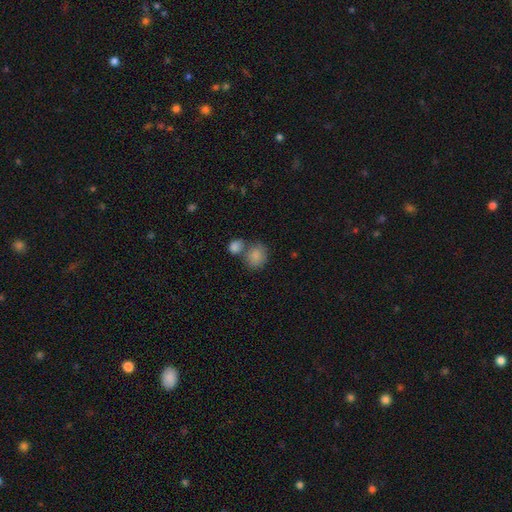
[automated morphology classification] Smooth or featured? Predicted: smooth (p=0.85). How rounded? Predicted: round (p=0.68). Merging? Predicted: none (p=0.47).